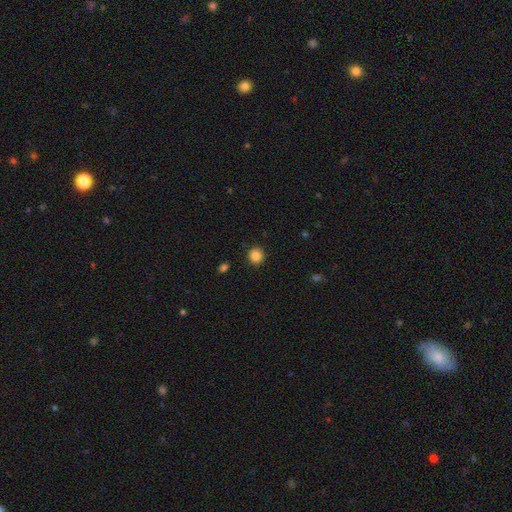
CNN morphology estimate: Q: Smooth or featured?
A: smooth (86%); runner-up: star or artifact (11%)
Q: How rounded?
A: round (92%); runner-up: in between (7%)
Q: Merging?
A: none (91%); runner-up: minor disturbance (5%)